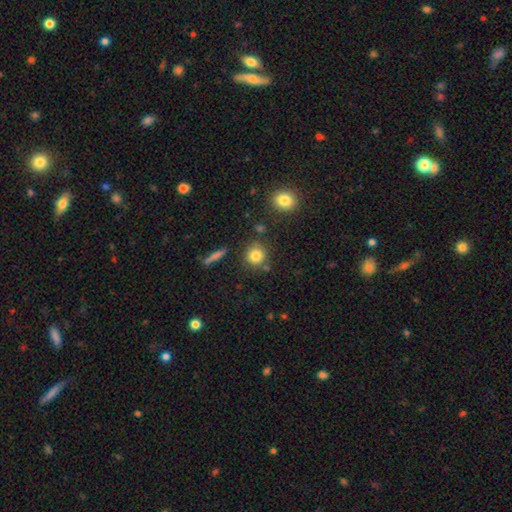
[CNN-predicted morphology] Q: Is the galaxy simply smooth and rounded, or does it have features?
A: smooth — 81%.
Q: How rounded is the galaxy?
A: round — 88%.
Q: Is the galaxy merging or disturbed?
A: none — 79%.